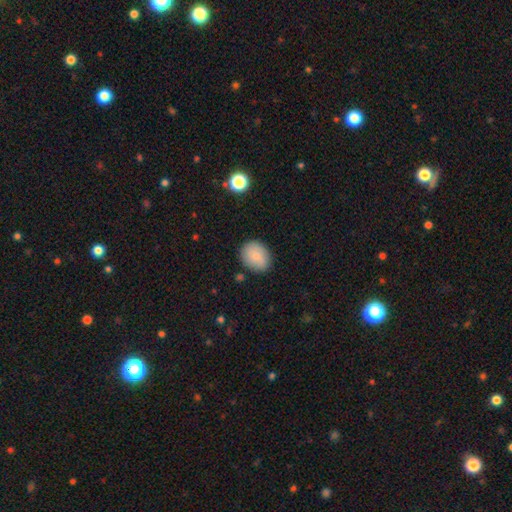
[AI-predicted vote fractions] Morphology: type=smooth (82%); roundness=round (51%); merging=none (83%).